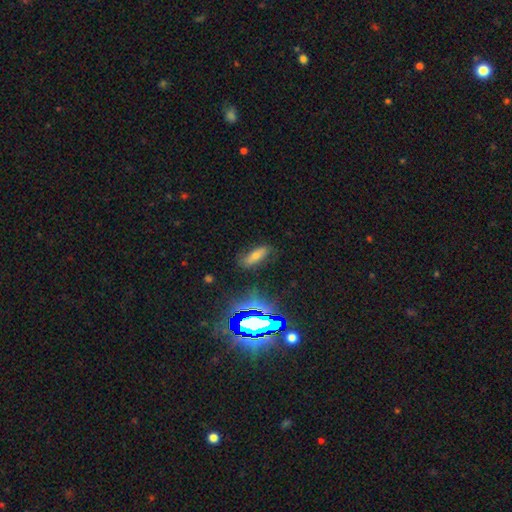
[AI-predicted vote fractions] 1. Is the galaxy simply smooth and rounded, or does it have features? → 51% smooth, 29% star or artifact, 19% featured or disk.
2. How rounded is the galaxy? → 63% in between, 32% cigar-shaped, 5% round.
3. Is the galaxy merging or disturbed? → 80% none, 13% minor disturbance, 4% major disturbance, 2% merger.